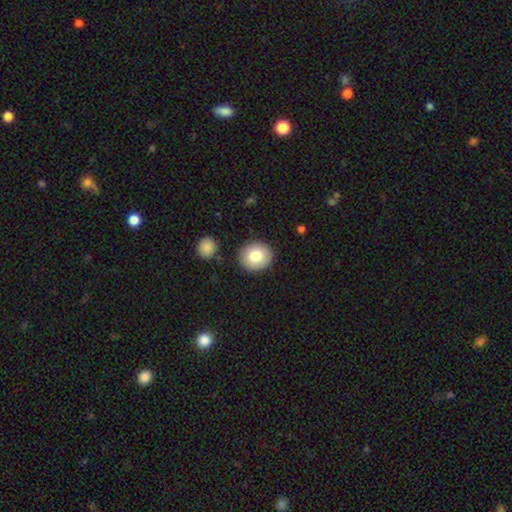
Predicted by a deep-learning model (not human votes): A smooth galaxy with no disk features (80%) that is round (83%). Merging: none (88%).